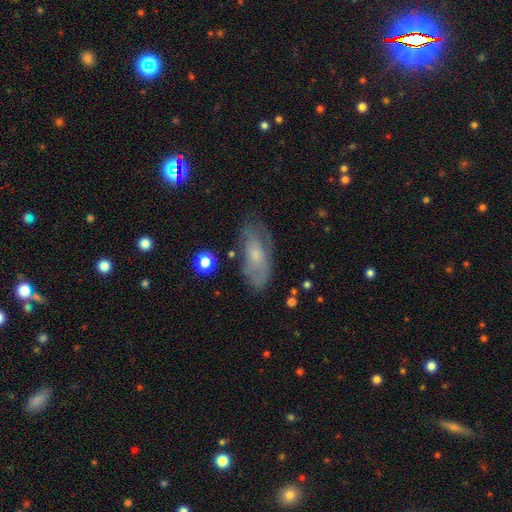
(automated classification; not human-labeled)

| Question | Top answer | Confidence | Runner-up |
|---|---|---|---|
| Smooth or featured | featured or disk | 47% | smooth (44%) |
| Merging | none | 65% | minor disturbance (24%) |